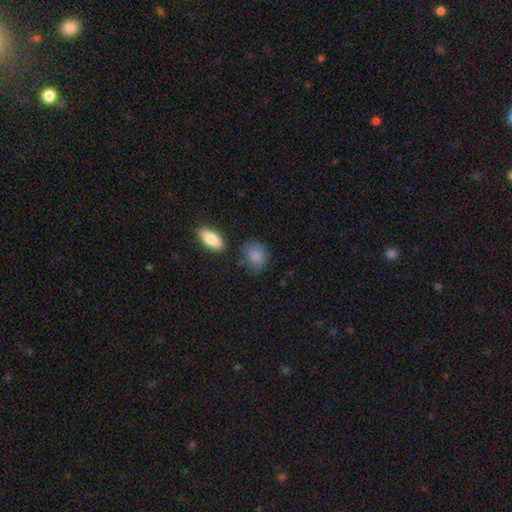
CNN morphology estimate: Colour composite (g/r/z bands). It shows a smooth galaxy with no disk features (85%) that is in between round and cigar-shaped (50%). Merging: none (60%).